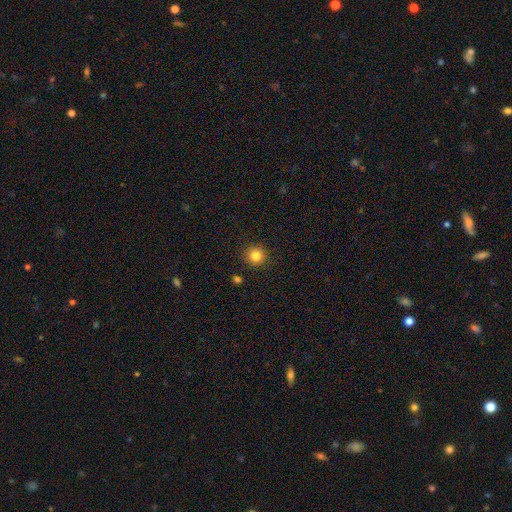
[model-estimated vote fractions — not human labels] smooth_or_featured: smooth (p=0.83) [alt: star or artifact p=0.11]
how_rounded: round (p=0.93) [alt: in between p=0.06]
merging: none (p=0.90) [alt: minor disturbance p=0.06]